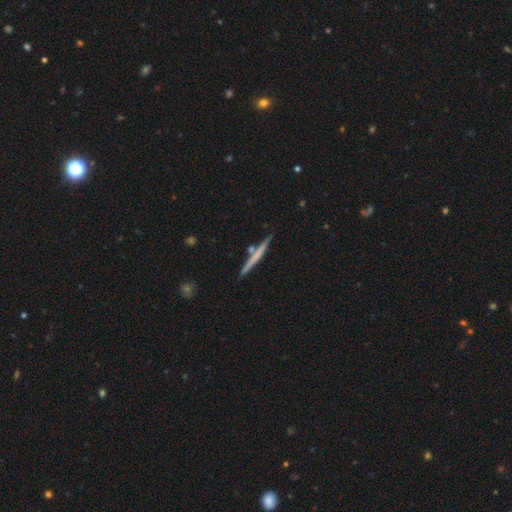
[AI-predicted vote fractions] Smooth or featured? smooth (47%, tied with featured or disk)
Merging? none (82%)